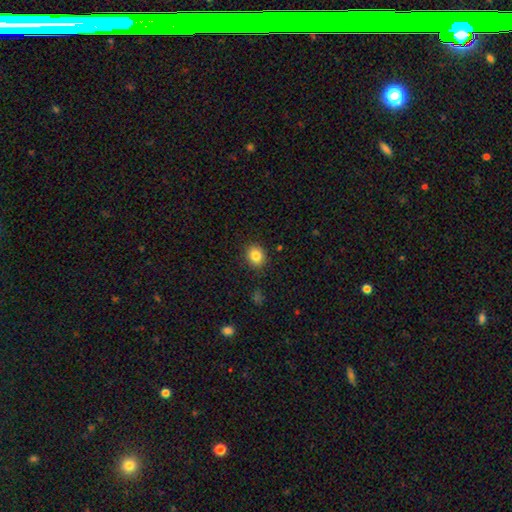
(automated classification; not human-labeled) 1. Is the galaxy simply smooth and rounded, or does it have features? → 85% smooth, 10% star or artifact, 6% featured or disk.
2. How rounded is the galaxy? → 68% round, 31% in between, 1% cigar-shaped.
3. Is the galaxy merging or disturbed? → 89% none, 8% minor disturbance, 2% major disturbance, 1% merger.